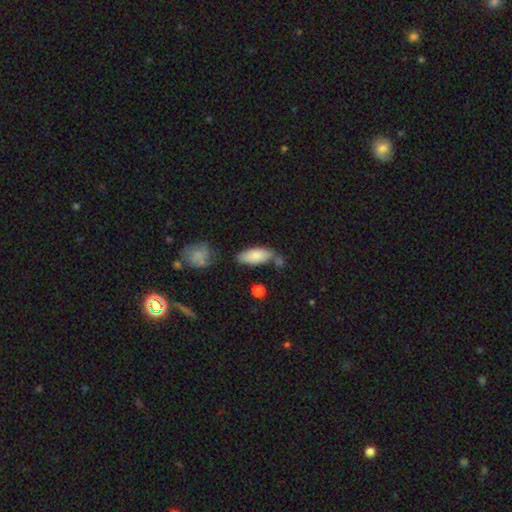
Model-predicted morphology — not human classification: smooth-or-featured: smooth: 80% | featured or disk: 14% | star or artifact: 7%
  how-rounded: in between: 83% | cigar-shaped: 14% | round: 2%
  merging: none: 60% | minor disturbance: 23% | merger: 11% | major disturbance: 6%